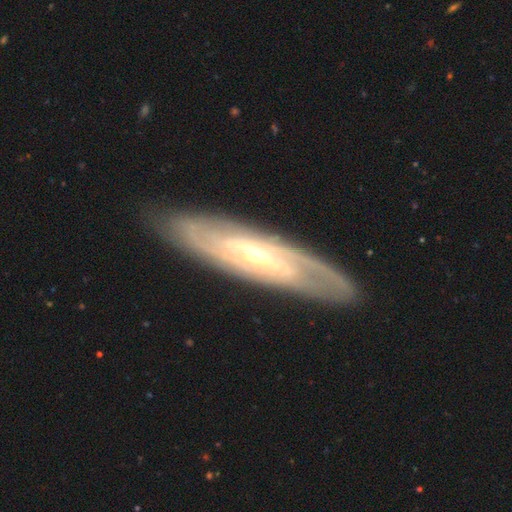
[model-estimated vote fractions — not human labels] This is clearly a featured or disk galaxy (85%). It is likely not viewed edge-on (77%). Bar: marginally weak (38%). Spiral arm pattern: clearly yes (93%). Spiral arm count: marginally 2 (41%). Spiral winding: possibly tight (58%). Central bulge: likely small (72%). Merging: clearly none (84%).